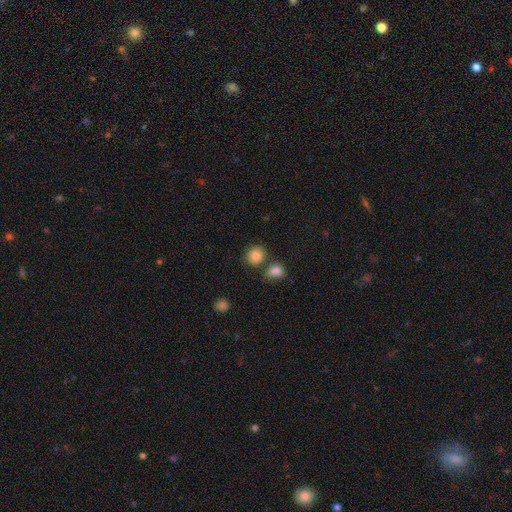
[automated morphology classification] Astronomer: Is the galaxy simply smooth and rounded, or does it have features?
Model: smooth — 85%.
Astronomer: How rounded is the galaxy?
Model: round — 79%.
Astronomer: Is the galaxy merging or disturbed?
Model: none — 64%.